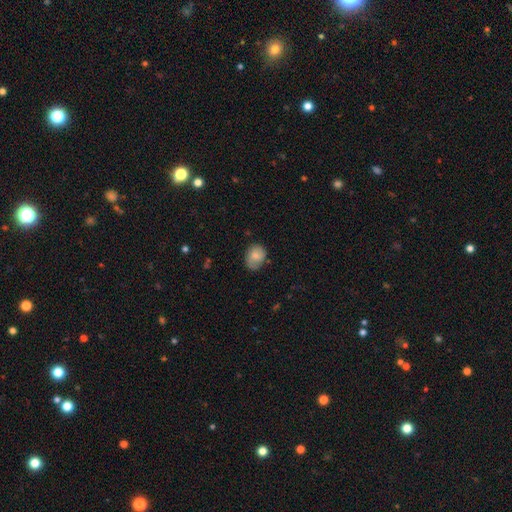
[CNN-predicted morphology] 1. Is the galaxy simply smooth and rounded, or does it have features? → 74% smooth, 19% featured or disk, 8% star or artifact.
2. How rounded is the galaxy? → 56% in between, 43% round, 1% cigar-shaped.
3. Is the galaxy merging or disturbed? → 63% none, 29% minor disturbance, 6% major disturbance, 2% merger.